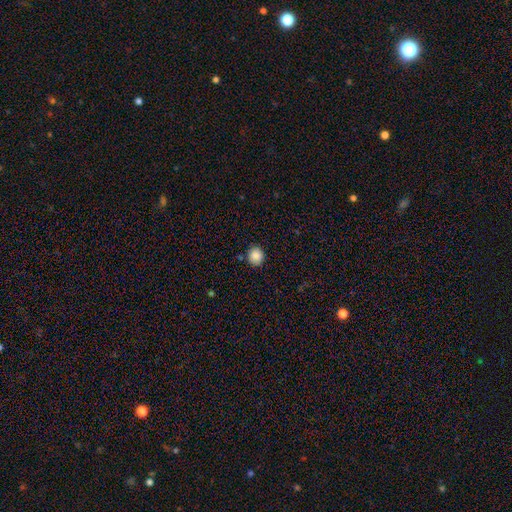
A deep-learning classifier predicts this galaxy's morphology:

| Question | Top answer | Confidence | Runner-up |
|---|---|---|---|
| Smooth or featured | smooth | 87% | star or artifact (9%) |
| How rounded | round | 86% | in between (14%) |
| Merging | none | 85% | minor disturbance (10%) |